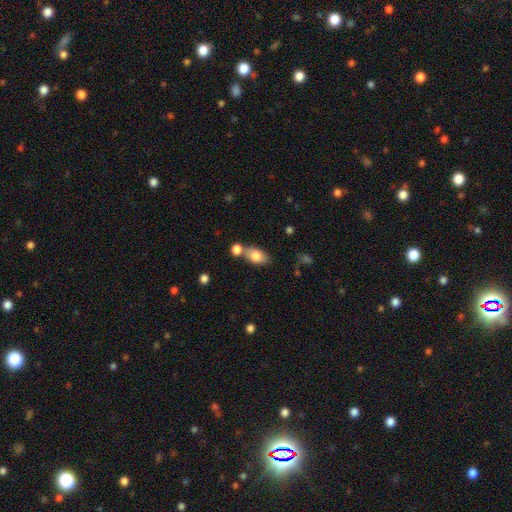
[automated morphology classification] smooth-or-featured: smooth: 81% | featured or disk: 12% | star or artifact: 7%
  how-rounded: in between: 88% | round: 9% | cigar-shaped: 3%
  merging: none: 57% | merger: 26% | minor disturbance: 13% | major disturbance: 4%